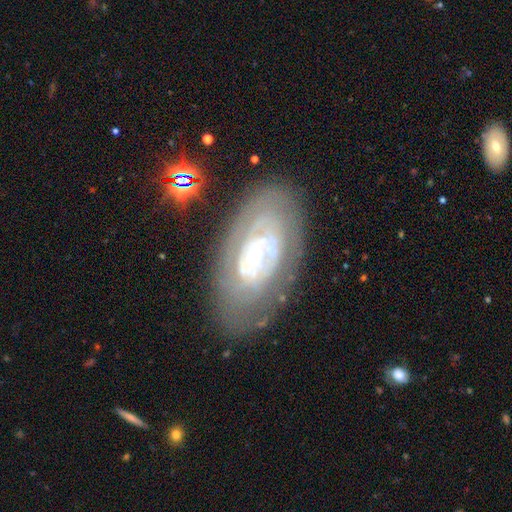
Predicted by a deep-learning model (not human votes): Morphology: type=featured or disk (76%); edge-on=no (93%); bar=no (59%); spiral arms=yes (71%); winding=tight (73%); arm count=can't tell (59%); bulge=small (72%); merging=none (72%).